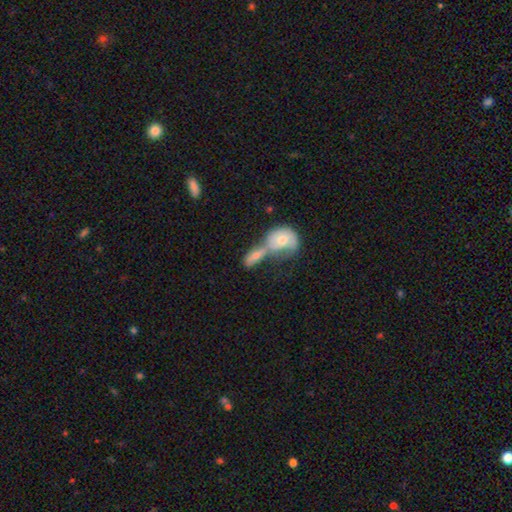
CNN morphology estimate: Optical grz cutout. It shows a smooth galaxy with no disk features (62%) that is in between round and cigar-shaped (68%). Merging: merger (68%).